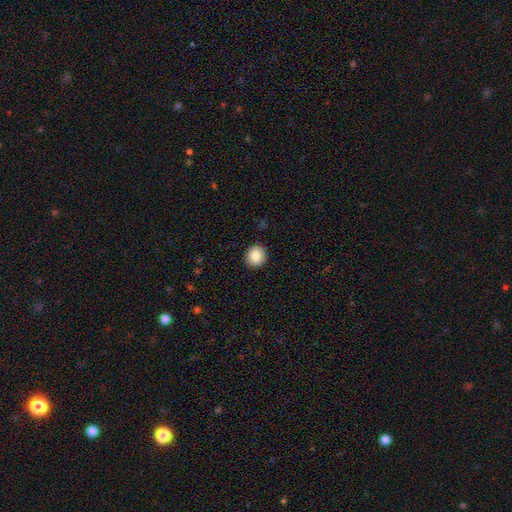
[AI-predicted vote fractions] Overall: smooth (88%). How rounded: round (77%). Merging: none (91%).